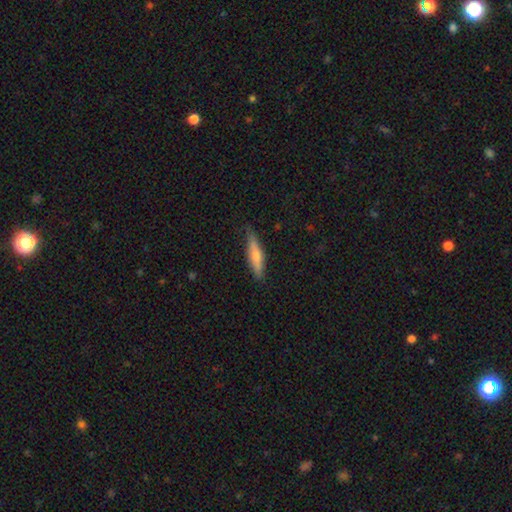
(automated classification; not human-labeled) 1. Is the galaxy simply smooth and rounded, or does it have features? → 58% smooth, 36% featured or disk, 6% star or artifact.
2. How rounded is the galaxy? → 78% cigar-shaped, 20% in between, 2% round.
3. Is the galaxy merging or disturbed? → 82% none, 15% minor disturbance, 3% major disturbance, 1% merger.